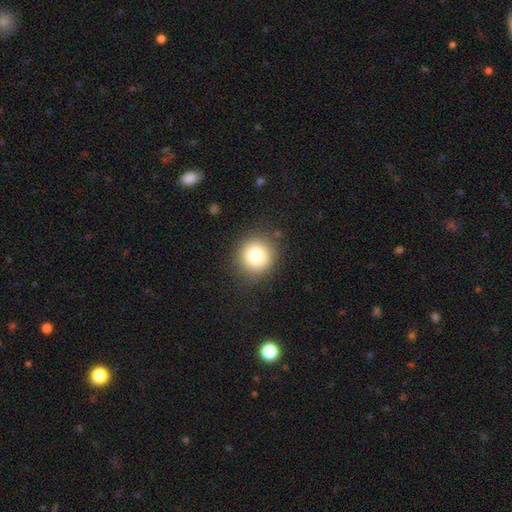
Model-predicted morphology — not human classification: Smooth or featured? Predicted: smooth (p=0.78). How rounded? Predicted: round (p=0.93). Merging? Predicted: none (p=0.87).